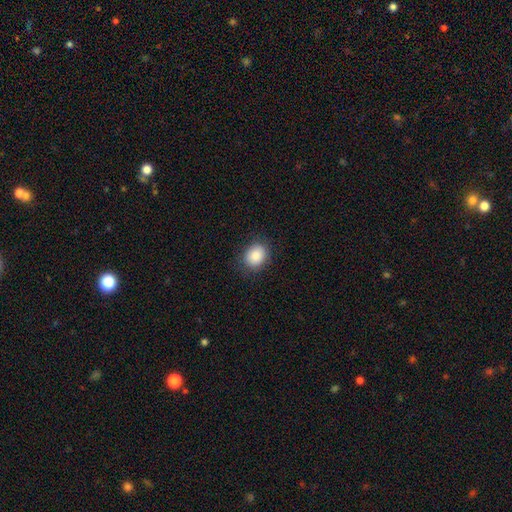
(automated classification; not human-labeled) A smooth galaxy with no disk features (86%) that is round (51%). Merging: none (84%).